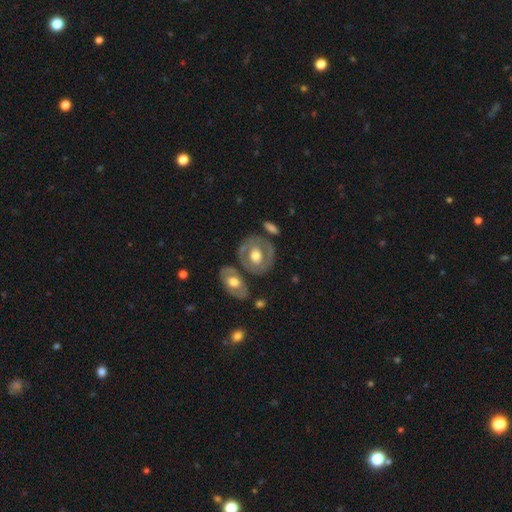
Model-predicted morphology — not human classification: Smooth or featured? Predicted: featured or disk (p=0.56). Edge-on disk? Predicted: no (p=0.93). Bar? Predicted: no (p=0.78). Spiral arms? Predicted: no (p=0.80). Bulge size? Predicted: moderate (p=0.68). Merging? Predicted: none (p=0.71).